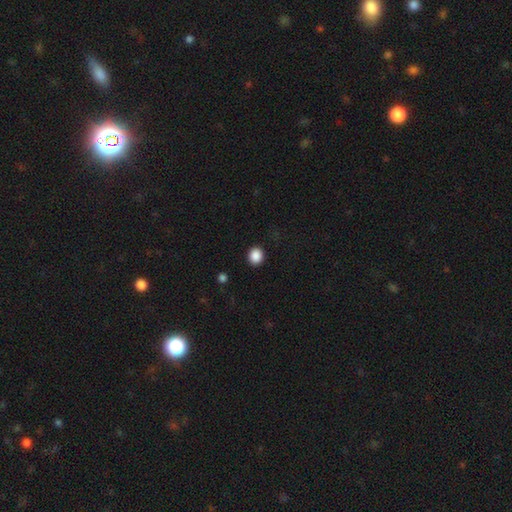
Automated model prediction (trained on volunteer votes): Smooth or featured?
  - smooth: 88% *
  - star or artifact: 9%
  - featured or disk: 2%
How rounded?
  - round: 83% *
  - in between: 16%
  - cigar-shaped: 1%
Merging?
  - none: 92% *
  - minor disturbance: 5%
  - major disturbance: 2%
  - merger: 1%